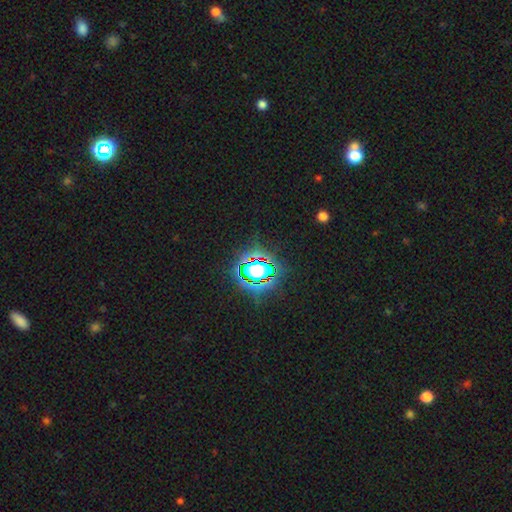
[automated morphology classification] Smooth or featured? Predicted: star or artifact (p=0.77).